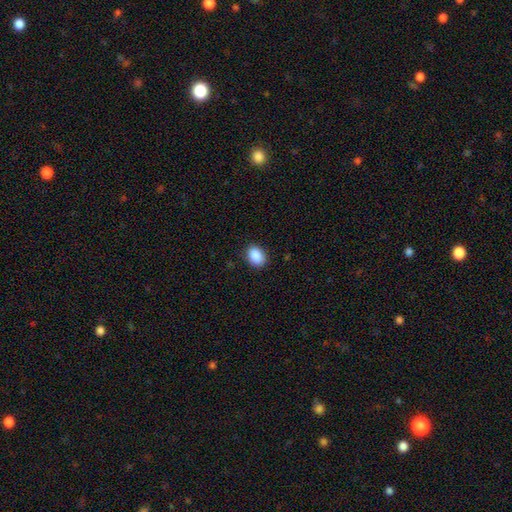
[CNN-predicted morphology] Overall: smooth (89%). How rounded: in between (74%). Merging: none (87%).